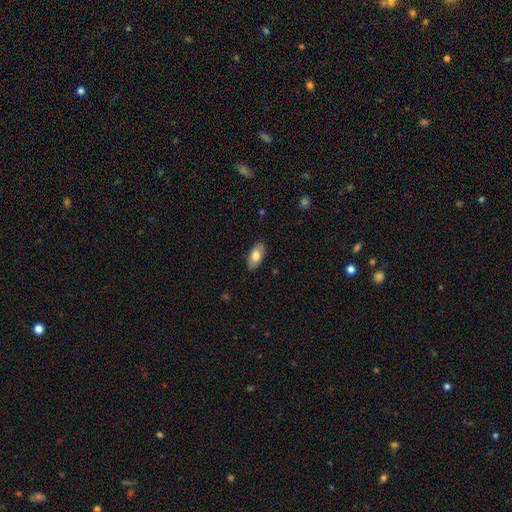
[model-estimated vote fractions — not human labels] smooth-or-featured: smooth: 75% | featured or disk: 19% | star or artifact: 6%
  how-rounded: in between: 92% | cigar-shaped: 5% | round: 3%
  merging: none: 86% | minor disturbance: 11% | major disturbance: 2% | merger: 1%